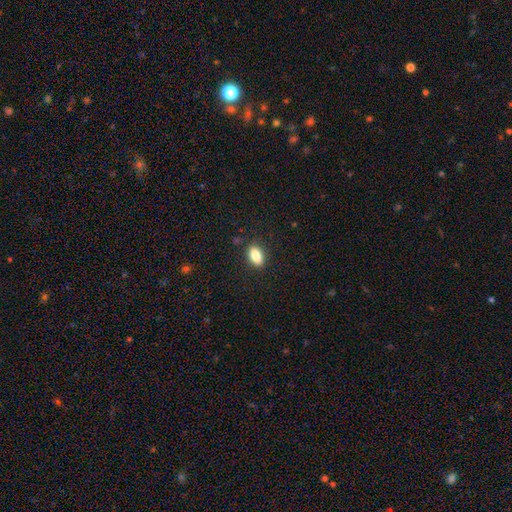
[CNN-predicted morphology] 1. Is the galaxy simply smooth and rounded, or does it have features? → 85% smooth, 8% star or artifact, 6% featured or disk.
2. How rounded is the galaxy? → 88% in between, 6% round, 6% cigar-shaped.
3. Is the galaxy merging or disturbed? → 87% none, 9% minor disturbance, 2% major disturbance, 1% merger.